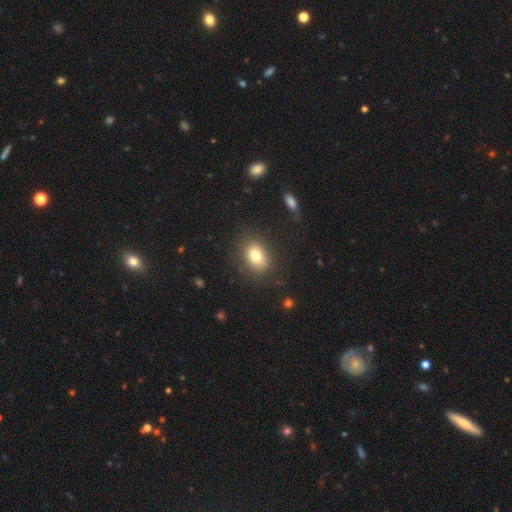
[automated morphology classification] smooth_or_featured: smooth (p=0.78) [alt: featured or disk p=0.11]
how_rounded: in between (p=0.61) [alt: round p=0.38]
merging: none (p=0.81) [alt: minor disturbance p=0.12]